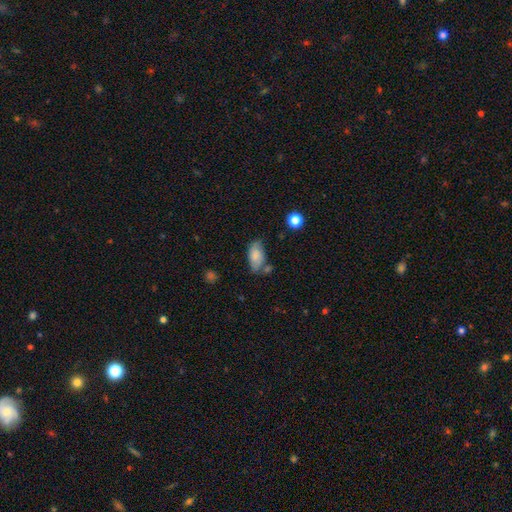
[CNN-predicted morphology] smooth_or_featured: smooth (p=0.72) [alt: featured or disk p=0.21]
how_rounded: in between (p=0.92) [alt: cigar-shaped p=0.04]
merging: none (p=0.59) [alt: minor disturbance p=0.26]